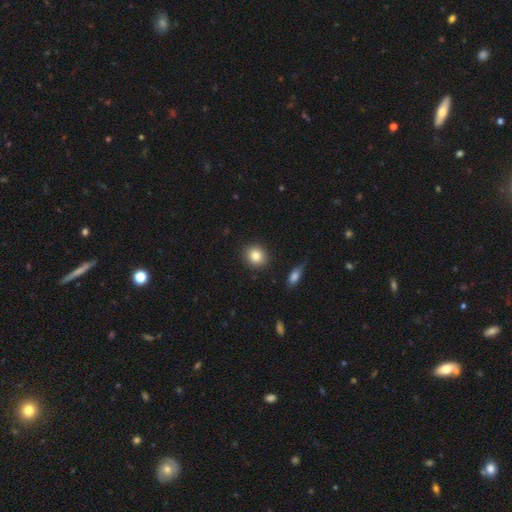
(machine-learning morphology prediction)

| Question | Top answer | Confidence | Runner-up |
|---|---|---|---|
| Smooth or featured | smooth | 84% | star or artifact (9%) |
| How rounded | round | 83% | in between (16%) |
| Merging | none | 89% | minor disturbance (7%) |